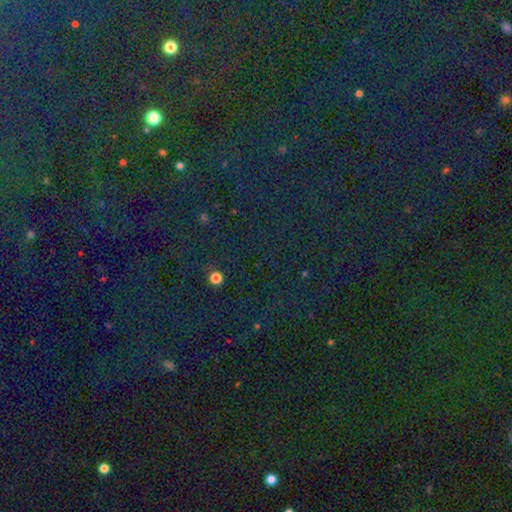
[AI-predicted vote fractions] Smooth or featured? Predicted: star or artifact (p=0.80).